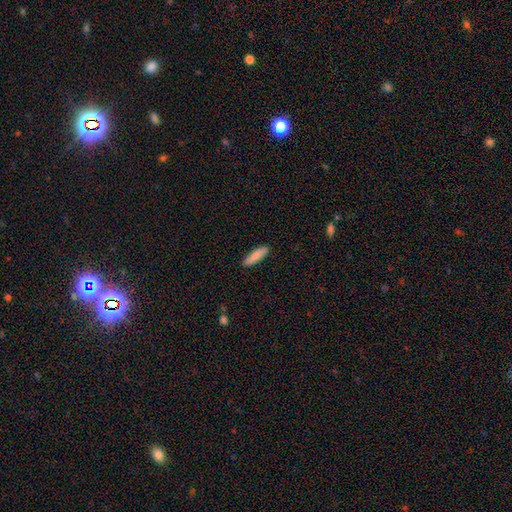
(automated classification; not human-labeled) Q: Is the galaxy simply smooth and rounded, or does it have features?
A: smooth — 85%.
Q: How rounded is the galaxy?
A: cigar-shaped — 71%.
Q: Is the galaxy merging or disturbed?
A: none — 90%.